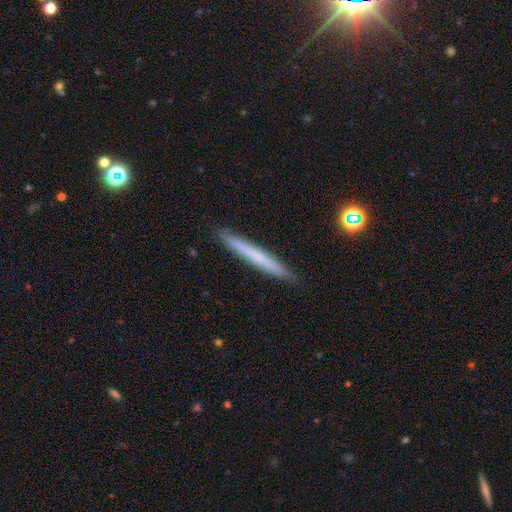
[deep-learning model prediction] This is likely a smooth galaxy (60%). How rounded: clearly cigar-shaped (97%). Merging: clearly none (91%).